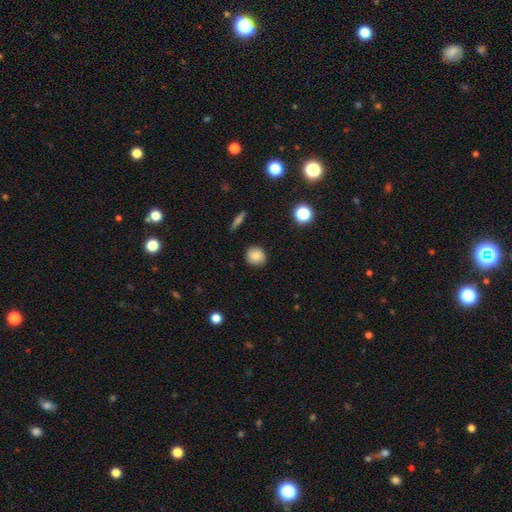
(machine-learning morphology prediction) Smooth or featured? smooth (80%)
How rounded? round (84%)
Merging? none (85%)